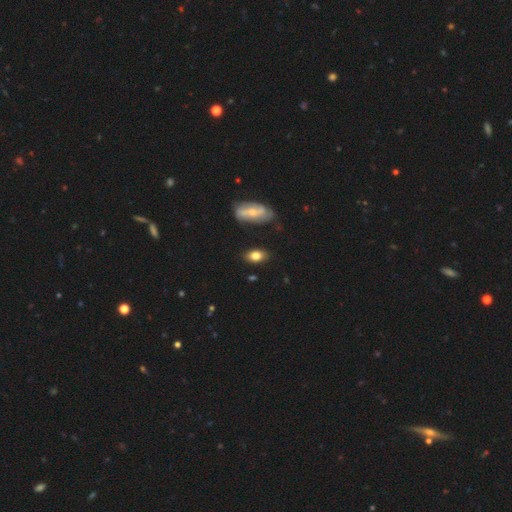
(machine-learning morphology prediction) Q: Smooth or featured?
A: smooth (78%); runner-up: featured or disk (14%)
Q: How rounded?
A: in between (86%); runner-up: round (10%)
Q: Merging?
A: none (81%); runner-up: minor disturbance (13%)